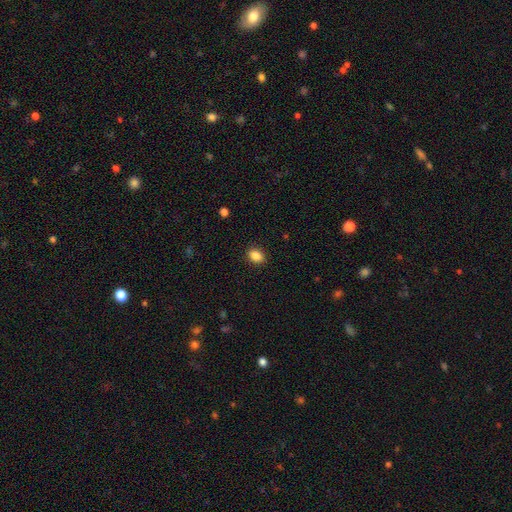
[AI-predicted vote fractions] A smooth galaxy with no disk features (87%) that is in between round and cigar-shaped (69%). Merging: none (90%).